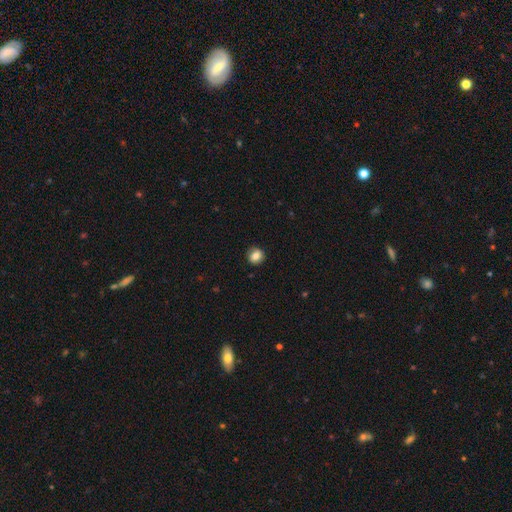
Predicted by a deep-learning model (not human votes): Q: Smooth or featured?
A: smooth (81%); runner-up: star or artifact (9%)
Q: How rounded?
A: round (77%); runner-up: in between (22%)
Q: Merging?
A: none (87%); runner-up: minor disturbance (10%)